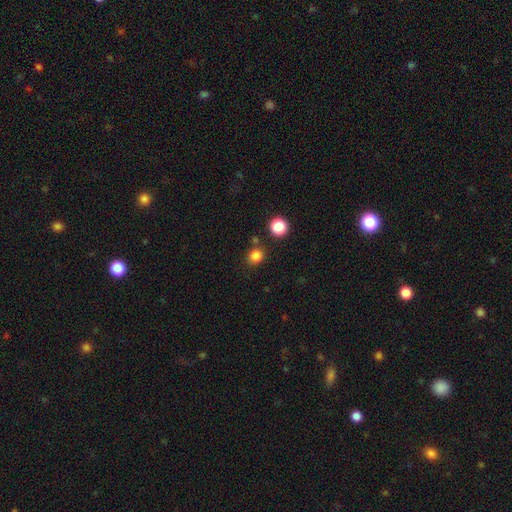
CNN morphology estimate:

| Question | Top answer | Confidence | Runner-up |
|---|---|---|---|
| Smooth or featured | smooth | 83% | star or artifact (13%) |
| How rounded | round | 76% | in between (23%) |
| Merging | none | 77% | minor disturbance (10%) |